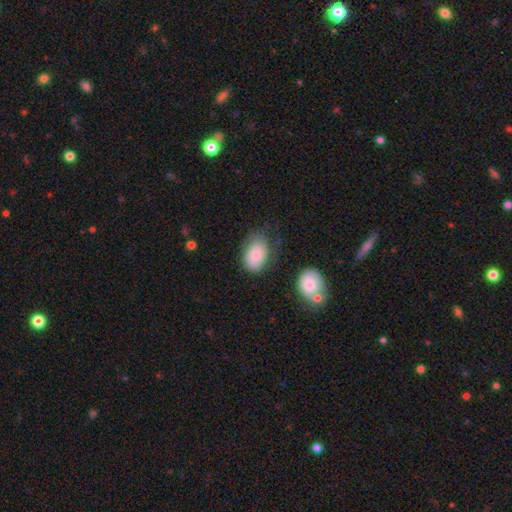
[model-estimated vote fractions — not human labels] Smooth or featured? smooth (77%)
How rounded? in between (85%)
Merging? none (56%)